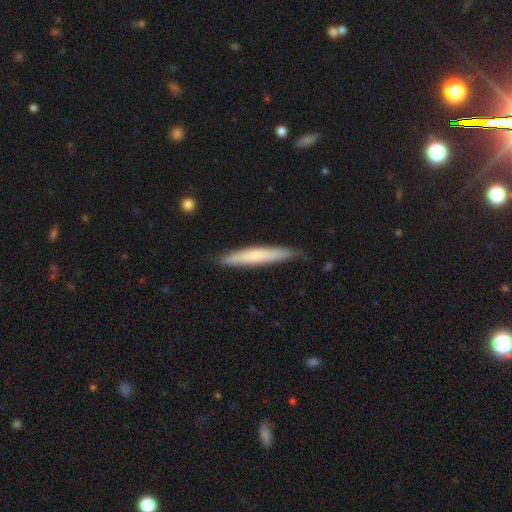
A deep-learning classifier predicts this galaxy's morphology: A smooth galaxy with no disk features (57%) that is cigar-shaped (94%).

Vote fractions:
- Smooth or featured? smooth: 57% / featured or disk: 38% / star or artifact: 5%
- How rounded? cigar-shaped: 94% / in between: 5% / round: 1%
- Merging? none: 81% / minor disturbance: 16% / major disturbance: 2% / merger: 1%